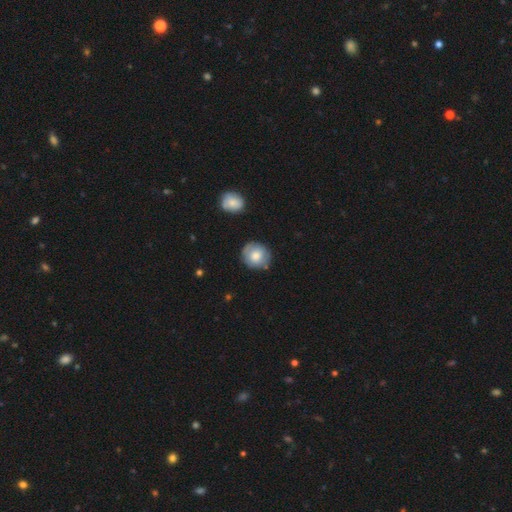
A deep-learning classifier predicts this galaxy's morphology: Overall: smooth (73%). How rounded: round (85%). Merging: none (80%).